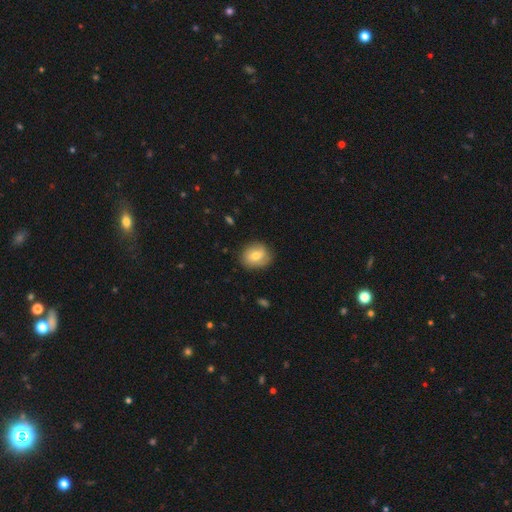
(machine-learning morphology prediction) Q: Smooth or featured?
A: smooth (70%); runner-up: featured or disk (22%)
Q: How rounded?
A: round (63%); runner-up: in between (36%)
Q: Merging?
A: none (80%); runner-up: minor disturbance (15%)